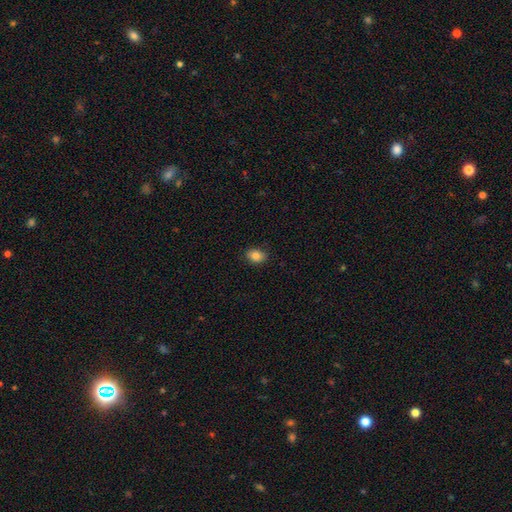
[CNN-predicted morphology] type=smooth (85%); roundness=in between (75%); merging=none (87%).